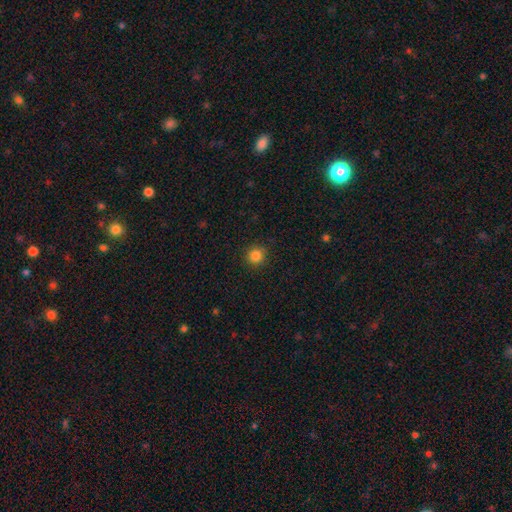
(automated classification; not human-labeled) This is clearly a smooth galaxy (85%). How rounded: clearly round (94%). Merging: clearly none (90%).